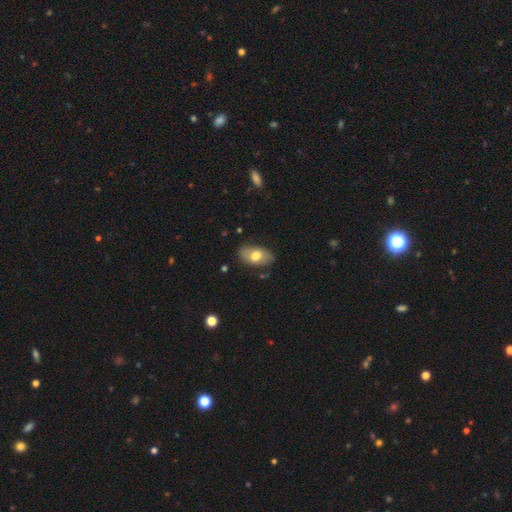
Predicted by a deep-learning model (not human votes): The model was most divided on "smooth or featured": smooth: 68%, featured or disk: 26%, star or artifact: 7%. More confident: how rounded — in between (92%); merging — none (77%).